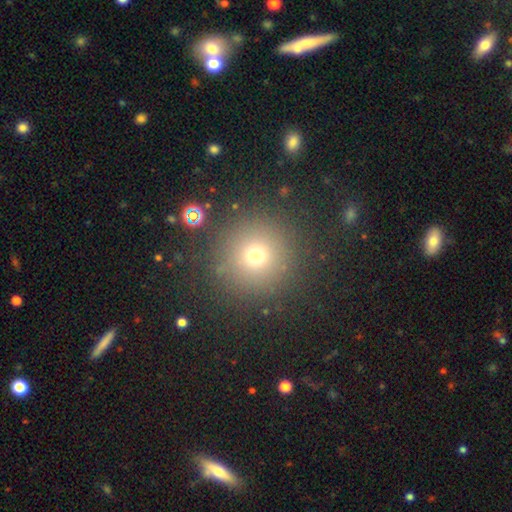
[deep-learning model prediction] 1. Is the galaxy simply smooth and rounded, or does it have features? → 69% smooth, 21% star or artifact, 10% featured or disk.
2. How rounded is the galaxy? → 96% round, 4% in between, 1% cigar-shaped.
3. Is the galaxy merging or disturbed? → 88% none, 7% minor disturbance, 3% major disturbance, 2% merger.